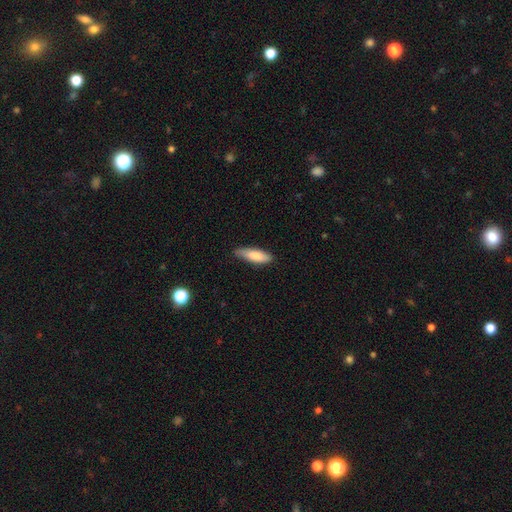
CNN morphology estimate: Smooth or featured: smooth — 81% (featured or disk — 14%)
How rounded: cigar-shaped — 53% (in between — 45%)
Merging: none — 77% (minor disturbance — 19%)